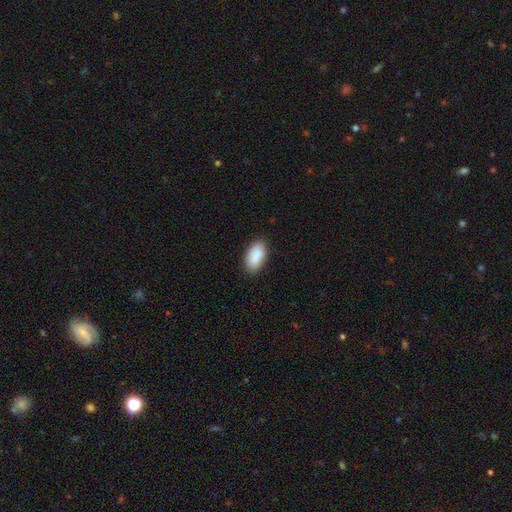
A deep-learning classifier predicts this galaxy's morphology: A smooth galaxy with no disk features (90%) that is in between round and cigar-shaped (94%). Merging: none (85%).